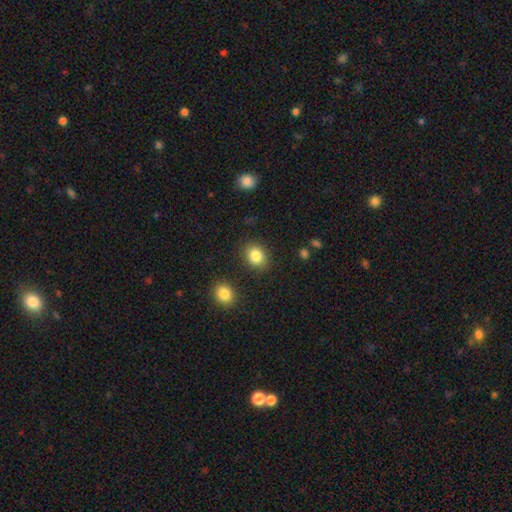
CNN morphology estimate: Smooth or featured? Predicted: smooth (p=0.85). How rounded? Predicted: in between (p=0.52). Merging? Predicted: none (p=0.84).